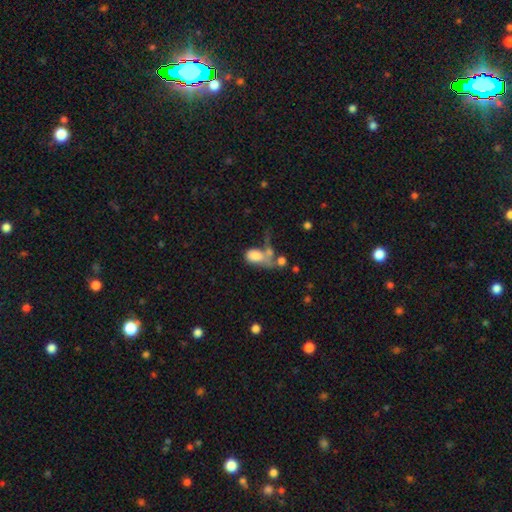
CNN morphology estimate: A smooth galaxy with no disk features (71%) that is in between round and cigar-shaped (83%). Merging: merger (41%).